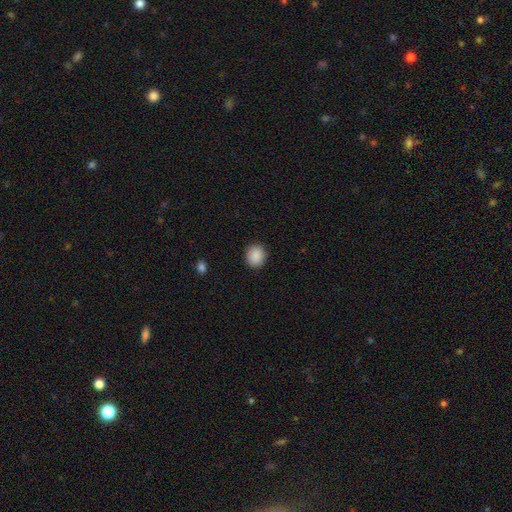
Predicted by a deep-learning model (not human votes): smooth 89%, star or artifact 8%, featured or disk 3%. Down the decision tree: how rounded — round (75%); merging — none (89%).